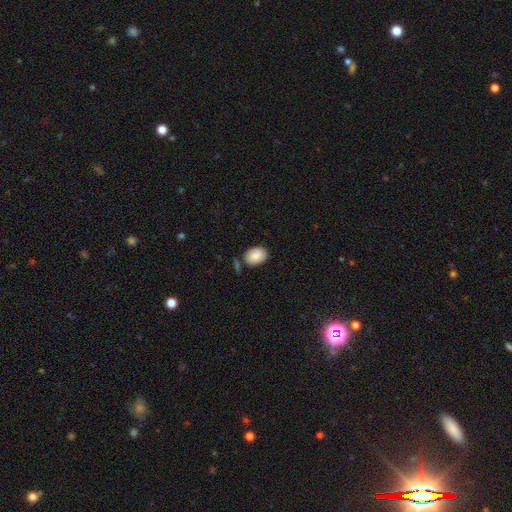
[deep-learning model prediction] A smooth galaxy with no disk features (87%) that is in between round and cigar-shaped (73%). Merging: none (73%).